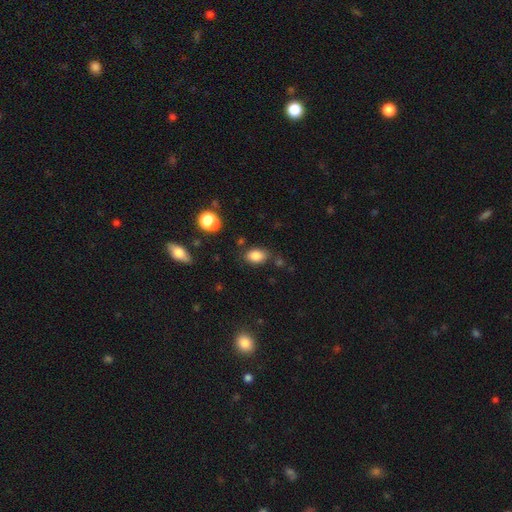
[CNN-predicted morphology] A smooth galaxy with no disk features (83%) that is in between round and cigar-shaped (83%). Merging: none (77%).